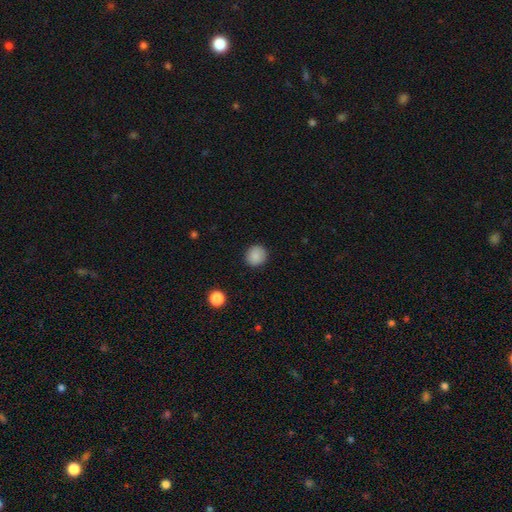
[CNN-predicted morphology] This appears to be a smooth galaxy with no disk features (88%) that is round (90%). Merging: none (91%).